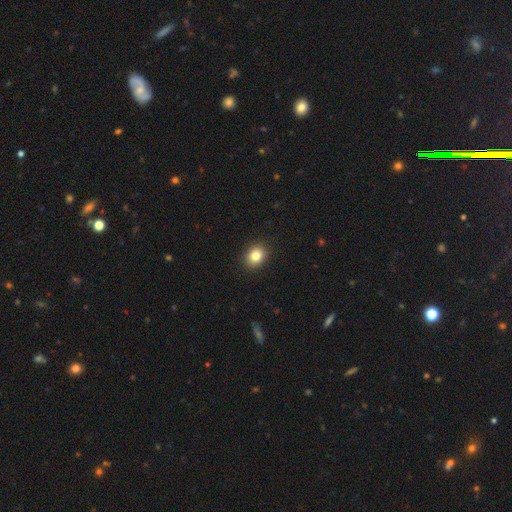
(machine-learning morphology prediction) This is clearly a smooth galaxy (83%). How rounded: possibly round (58%). Merging: clearly none (91%).